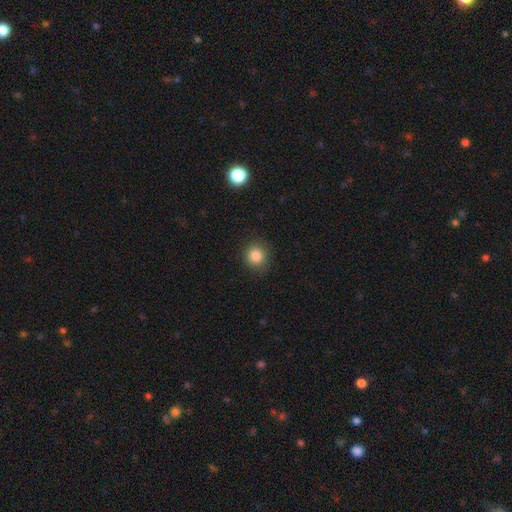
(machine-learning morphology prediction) Q: Smooth or featured?
A: smooth (85%); runner-up: star or artifact (11%)
Q: How rounded?
A: round (88%); runner-up: in between (12%)
Q: Merging?
A: none (87%); runner-up: minor disturbance (9%)